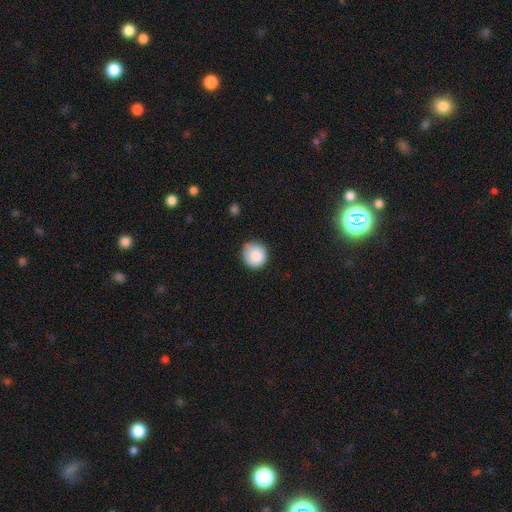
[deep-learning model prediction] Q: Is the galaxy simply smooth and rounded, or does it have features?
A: smooth — 87%.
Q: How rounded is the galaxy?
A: round — 92%.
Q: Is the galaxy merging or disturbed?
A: none — 77%.